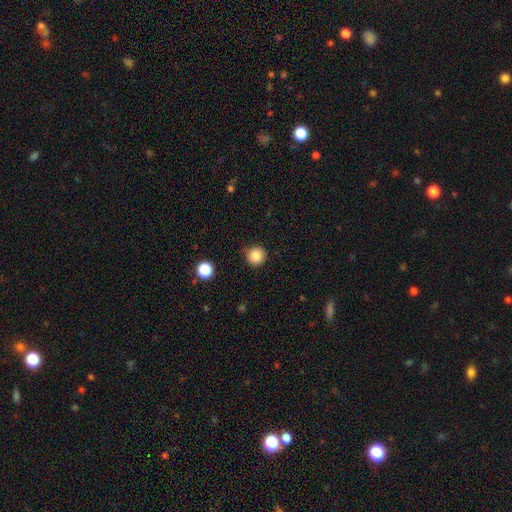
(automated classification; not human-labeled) smooth-or-featured: smooth: 85% | star or artifact: 11% | featured or disk: 4%
  how-rounded: round: 94% | in between: 5% | cigar-shaped: 1%
  merging: none: 88% | minor disturbance: 9% | major disturbance: 2% | merger: 2%